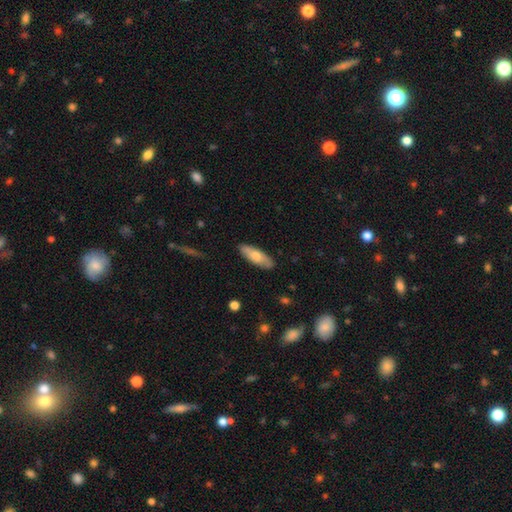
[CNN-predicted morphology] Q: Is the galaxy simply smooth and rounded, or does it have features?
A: smooth — 69%.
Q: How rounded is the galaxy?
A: in between — 64%.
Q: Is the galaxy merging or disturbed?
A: none — 86%.